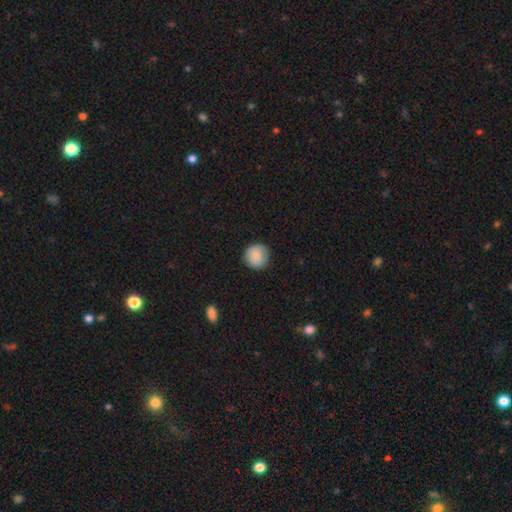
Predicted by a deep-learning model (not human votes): This appears to be a smooth galaxy with no disk features (88%) that is round (94%). Merging: none (87%).